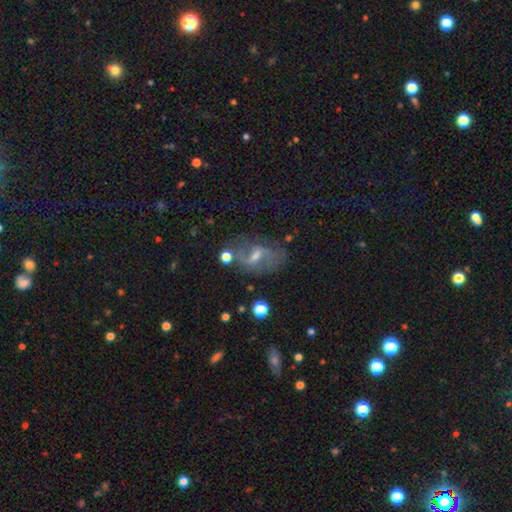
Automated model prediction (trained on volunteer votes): Smooth or featured?
  - featured or disk: 61% *
  - smooth: 23%
  - star or artifact: 15%
Edge-on disk?
  - no: 94% *
  - yes: 6%
Bar?
  - weak: 53% *
  - no: 24%
  - strong: 23%
Spiral arms?
  - yes: 72% *
  - no: 28%
Bulge size?
  - small: 45% *
  - moderate: 40%
  - none: 10%
  - large: 4%
  - dominant: 1%
Merging?
  - none: 58% *
  - minor disturbance: 20%
  - major disturbance: 15%
  - merger: 7%